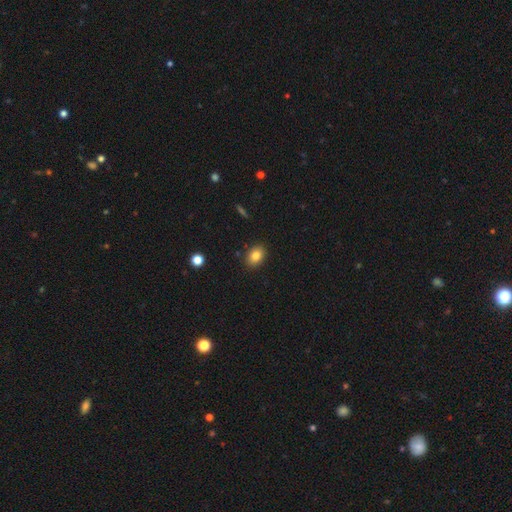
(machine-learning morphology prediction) Overall: smooth (82%). How rounded: in between (72%). Merging: none (88%).